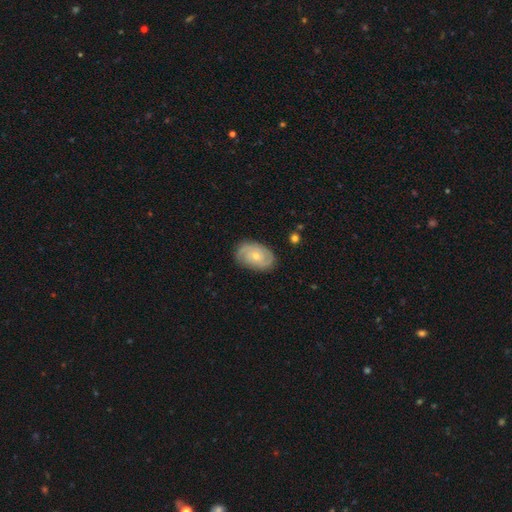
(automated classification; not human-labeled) Smooth or featured?
  - featured or disk: 75% *
  - smooth: 20%
  - star or artifact: 6%
Edge-on disk?
  - no: 96% *
  - yes: 4%
Bar?
  - no: 75% *
  - weak: 21%
  - strong: 3%
Spiral arms?
  - yes: 92% *
  - no: 8%
Spiral winding?
  - tight: 59% *
  - medium: 32%
  - loose: 9%
Spiral arm count?
  - 2: 57% *
  - can't tell: 20%
  - 3: 12%
  - 1: 4%
  - 4: 3%
  - more than 4: 3%
Bulge size?
  - small: 58% *
  - moderate: 38%
  - large: 1%
  - none: 1%
  - dominant: 1%
Merging?
  - none: 81% *
  - minor disturbance: 14%
  - major disturbance: 3%
  - merger: 1%